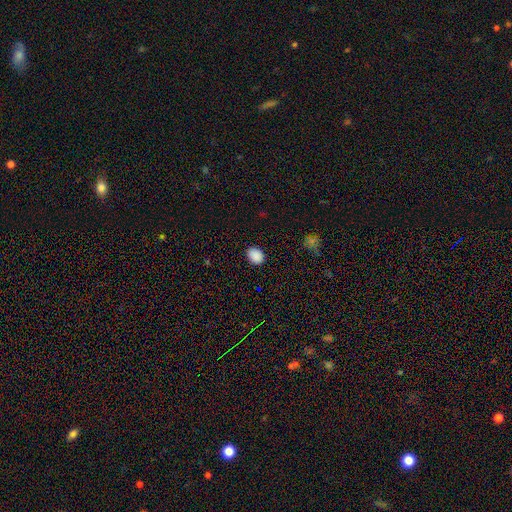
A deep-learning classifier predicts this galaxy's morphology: Smooth or featured: smooth — 89% (star or artifact — 9%)
How rounded: in between — 72% (round — 27%)
Merging: none — 88% (minor disturbance — 9%)